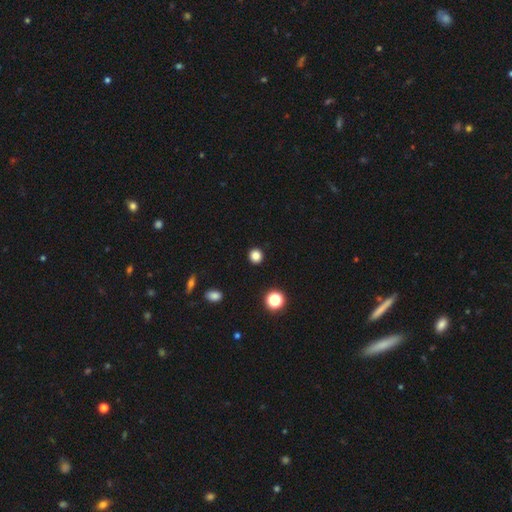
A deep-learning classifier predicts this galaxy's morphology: Smooth or featured? Predicted: smooth (p=0.84). How rounded? Predicted: round (p=0.90). Merging? Predicted: none (p=0.92).